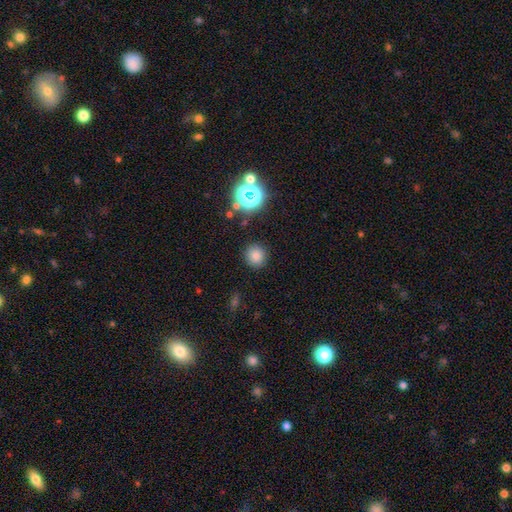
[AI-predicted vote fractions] The model was most divided on "smooth or featured": smooth: 77%, star or artifact: 16%, featured or disk: 6%. More confident: how rounded — round (90%); merging — none (87%).